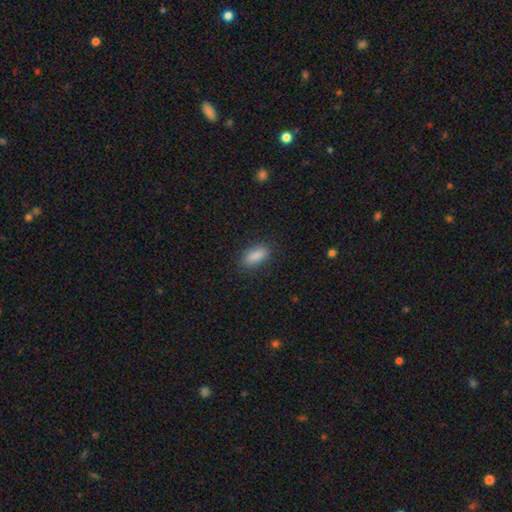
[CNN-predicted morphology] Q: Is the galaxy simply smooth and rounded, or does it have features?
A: smooth — 88%.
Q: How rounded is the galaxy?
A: in between — 86%.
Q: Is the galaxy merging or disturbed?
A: none — 85%.